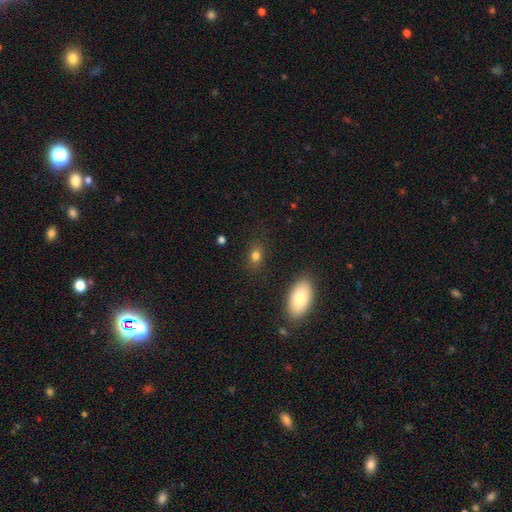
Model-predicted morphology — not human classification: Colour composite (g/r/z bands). It shows a smooth galaxy with no disk features (80%) that is in between round and cigar-shaped (70%). Merging: none (82%).